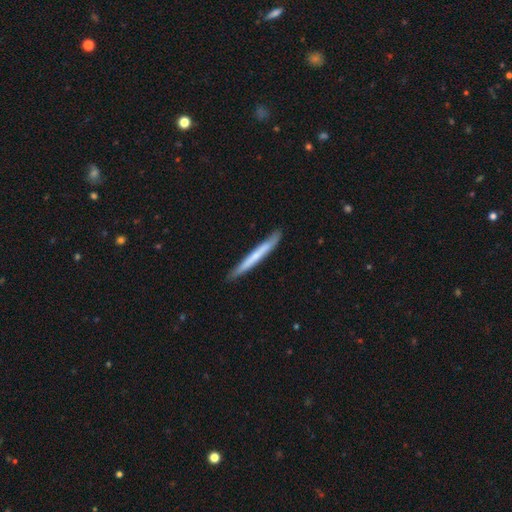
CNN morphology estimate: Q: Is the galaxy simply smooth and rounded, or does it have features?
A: smooth — 55%.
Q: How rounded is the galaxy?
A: cigar-shaped — 97%.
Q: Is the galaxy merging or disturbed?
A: none — 88%.